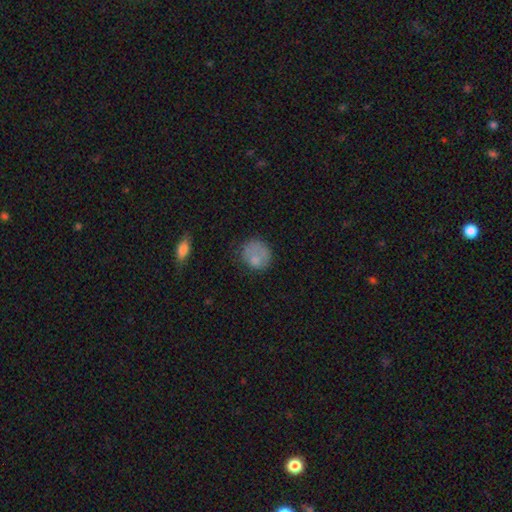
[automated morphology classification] This is likely a smooth galaxy (73%). How rounded: likely round (74%). Merging: possibly none (53%).